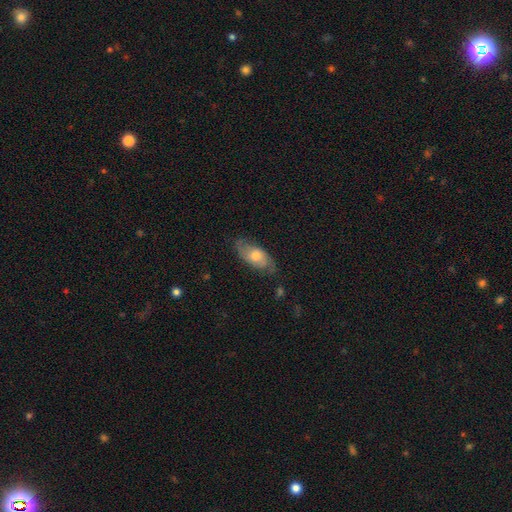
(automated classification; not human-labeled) A featured or disk galaxy (59%) with no bar (74%), spiral arms (84%) and a moderate central bulge (66%). Merging: none (74%).